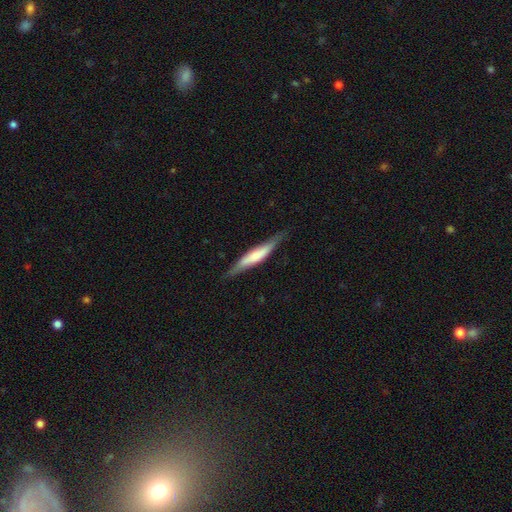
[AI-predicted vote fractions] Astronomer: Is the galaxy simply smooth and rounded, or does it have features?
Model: smooth — 49% (runner-up: featured or disk, 45%).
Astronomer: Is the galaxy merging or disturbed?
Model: none — 80%.